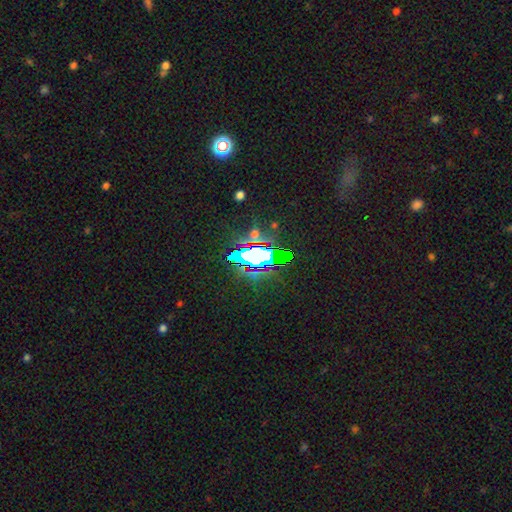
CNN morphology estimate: This appears to be a star or artifact, not a galaxy (61%).